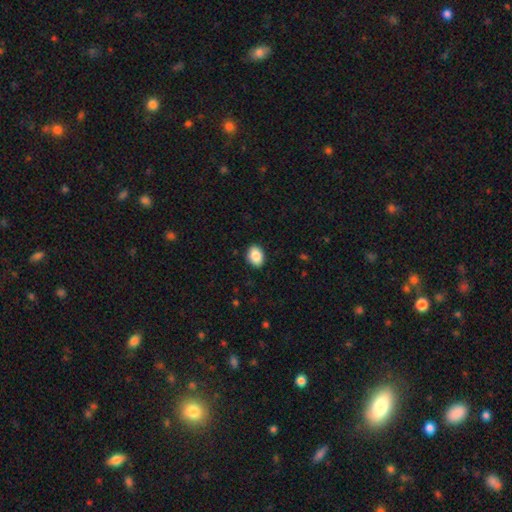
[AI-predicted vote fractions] Overall: smooth (88%). How rounded: in between (75%). Merging: none (89%).